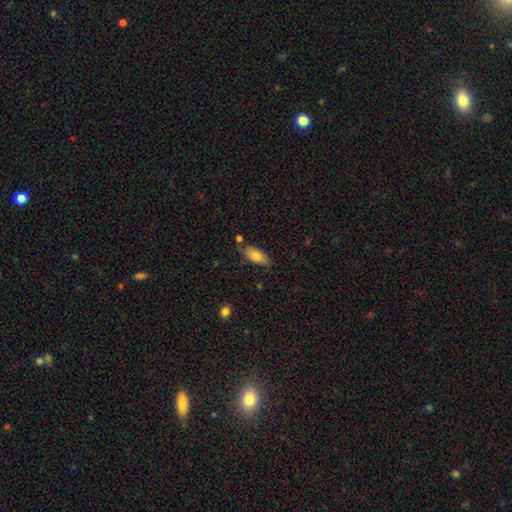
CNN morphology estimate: Smooth or featured? Predicted: smooth (p=0.76). How rounded? Predicted: in between (p=0.86). Merging? Predicted: none (p=0.67).